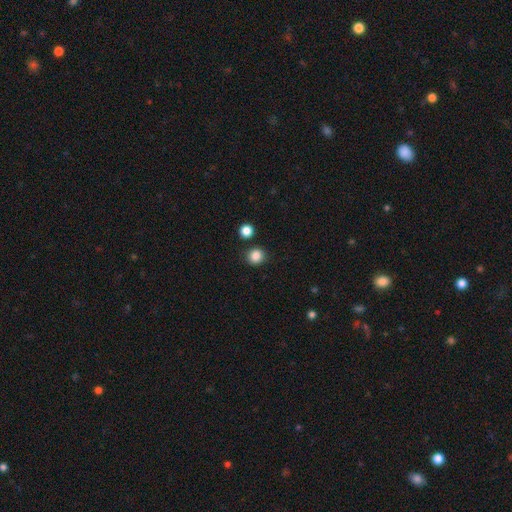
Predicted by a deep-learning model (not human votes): Smooth or featured: smooth — 86% (star or artifact — 11%)
How rounded: round — 87% (in between — 12%)
Merging: none — 84% (minor disturbance — 8%)